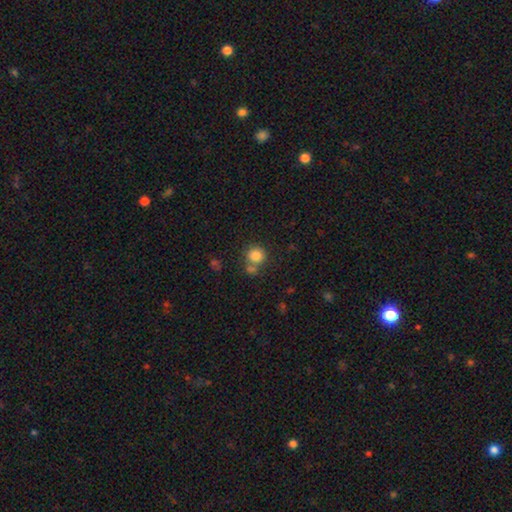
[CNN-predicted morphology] Smooth or featured: smooth — 83% (star or artifact — 11%)
How rounded: round — 89% (in between — 10%)
Merging: none — 64% (merger — 22%)